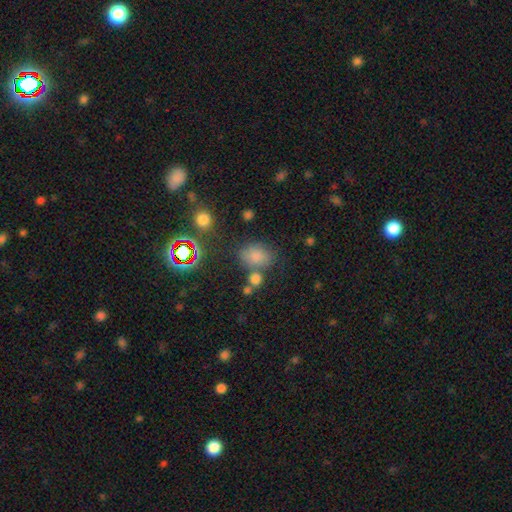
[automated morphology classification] smooth-or-featured: smooth: 73% | star or artifact: 18% | featured or disk: 9%
  how-rounded: in between: 59% | round: 40% | cigar-shaped: 1%
  merging: none: 60% | minor disturbance: 17% | merger: 15% | major disturbance: 7%